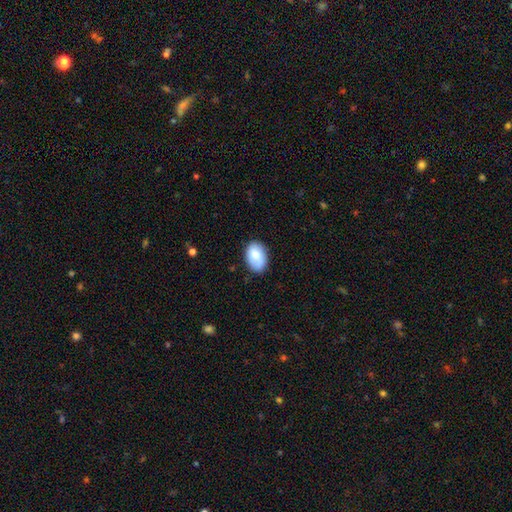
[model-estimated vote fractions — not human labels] Morphology: type=smooth (77%); roundness=in between (88%); merging=none (79%).